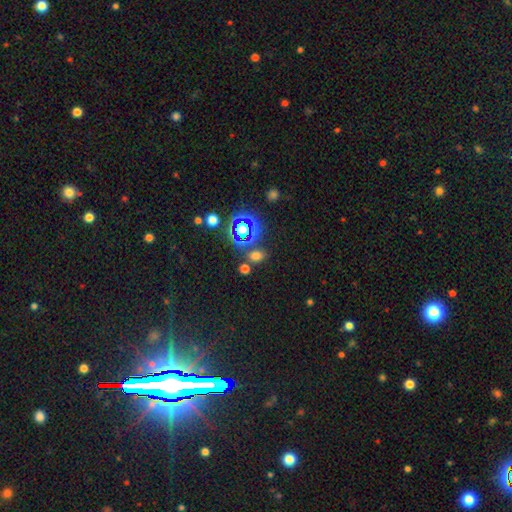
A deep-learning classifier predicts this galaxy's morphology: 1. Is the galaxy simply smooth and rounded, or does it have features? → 60% smooth, 34% star or artifact, 7% featured or disk.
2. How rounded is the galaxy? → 62% in between, 35% round, 3% cigar-shaped.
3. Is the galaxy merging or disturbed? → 75% none, 11% minor disturbance, 10% merger, 5% major disturbance.